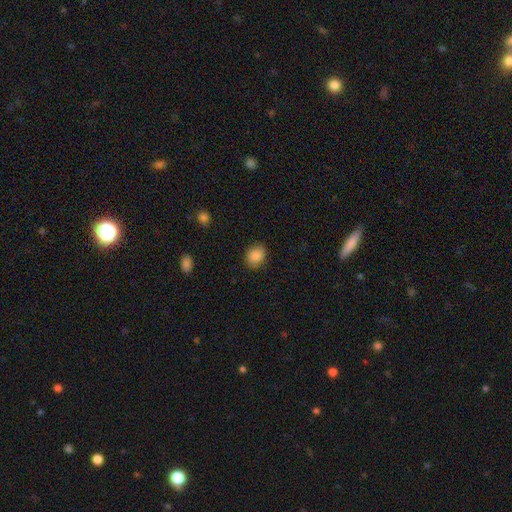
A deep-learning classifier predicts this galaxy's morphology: smooth_or_featured: smooth (p=0.87) [alt: star or artifact p=0.09]
how_rounded: round (p=0.55) [alt: in between p=0.44]
merging: none (p=0.86) [alt: minor disturbance p=0.10]